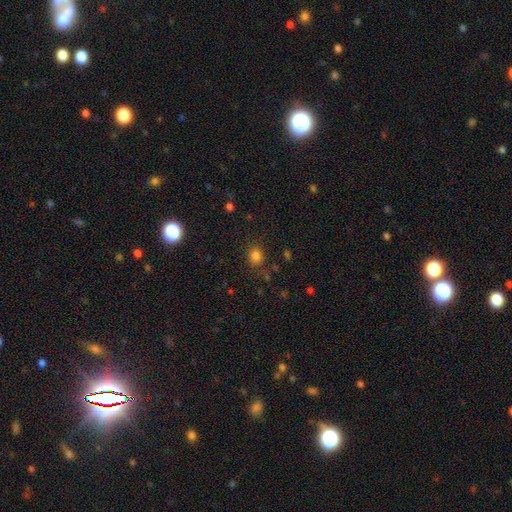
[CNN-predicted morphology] The model was most divided on "how rounded": round: 69%, in between: 30%, cigar-shaped: 1%. More confident: smooth or featured — smooth (79%); merging — none (78%).